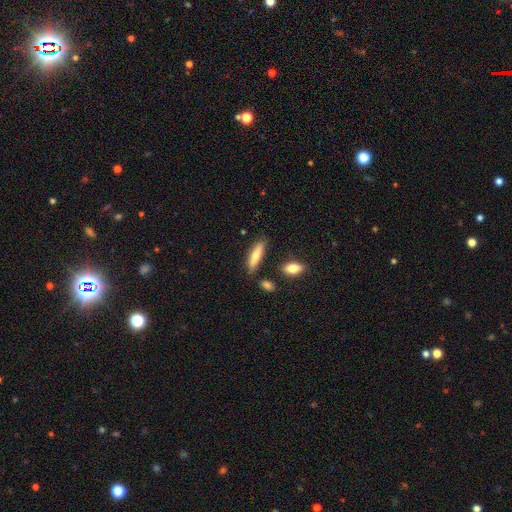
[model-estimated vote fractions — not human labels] Smooth or featured? smooth (70%)
How rounded? cigar-shaped (71%)
Merging? none (79%)